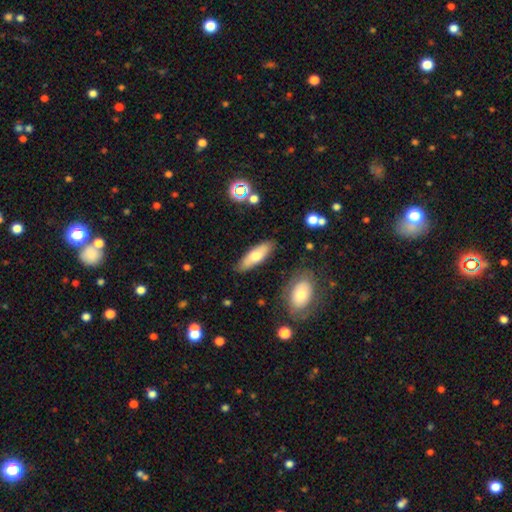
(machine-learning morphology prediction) Smooth or featured: smooth — 64% (featured or disk — 30%)
How rounded: in between — 60% (cigar-shaped — 37%)
Merging: none — 83% (minor disturbance — 12%)